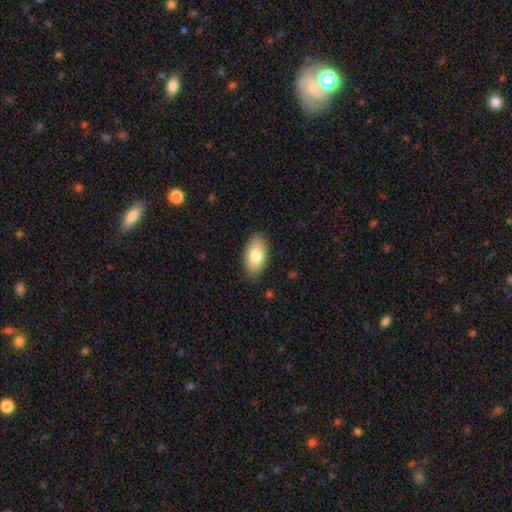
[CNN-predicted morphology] The model was most divided on "smooth or featured": smooth: 78%, featured or disk: 15%, star or artifact: 7%. More confident: how rounded — in between (93%); merging — none (84%).